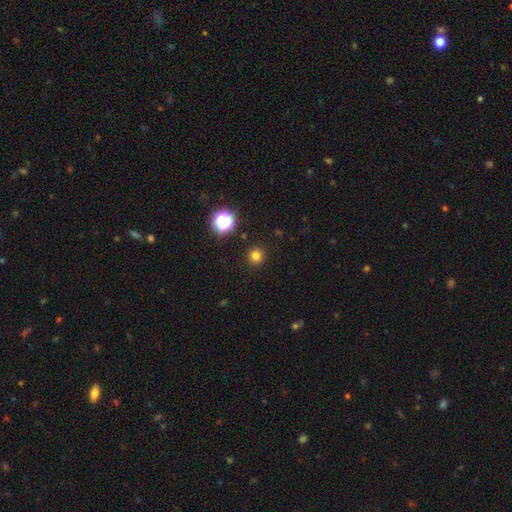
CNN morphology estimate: A smooth galaxy with no disk features (78%) that is round (95%).

Vote fractions:
- Smooth or featured? smooth: 78% / star or artifact: 17% / featured or disk: 5%
- How rounded? round: 95% / in between: 4% / cigar-shaped: 1%
- Merging? none: 92% / minor disturbance: 5% / major disturbance: 2% / merger: 1%